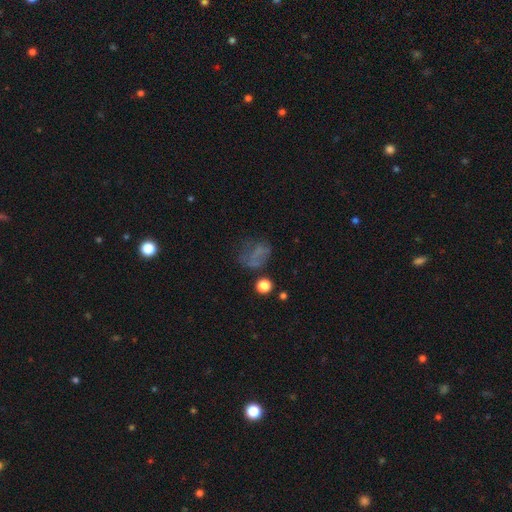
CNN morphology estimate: This is marginally a smooth galaxy (45%). Merging: marginally none (42%).